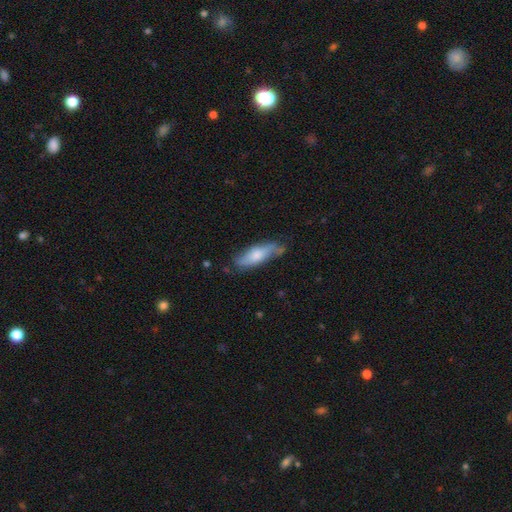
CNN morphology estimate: Smooth or featured? smooth (55%)
How rounded? cigar-shaped (52%)
Merging? none (69%)